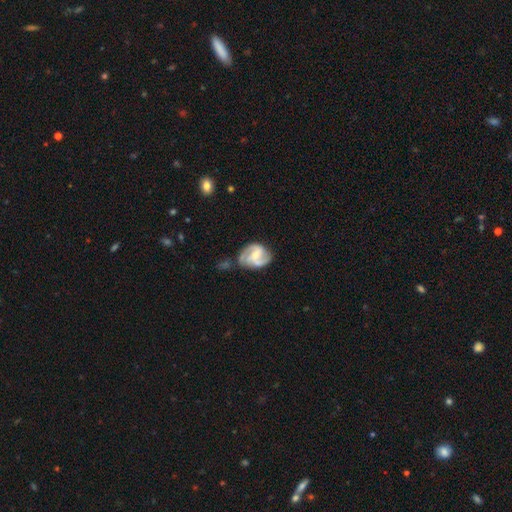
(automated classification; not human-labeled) This appears to be a featured or disk galaxy (85%) with a weak bar (51%), 2 (81%) medium (53%) spiral arms (96%) and a small central bulge (48%). Merging: none (58%).